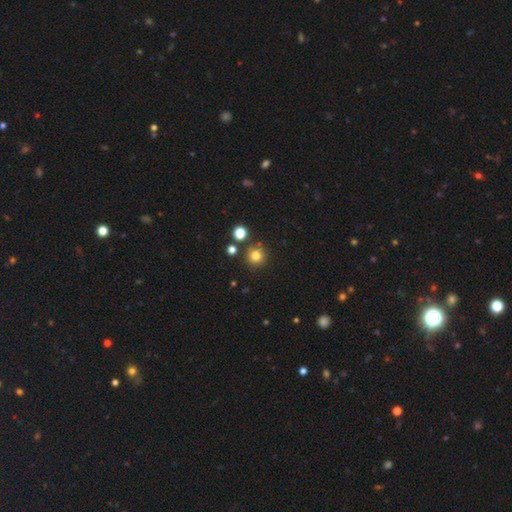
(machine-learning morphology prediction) A smooth galaxy with no disk features (79%) that is round (94%). Merging: none (83%).